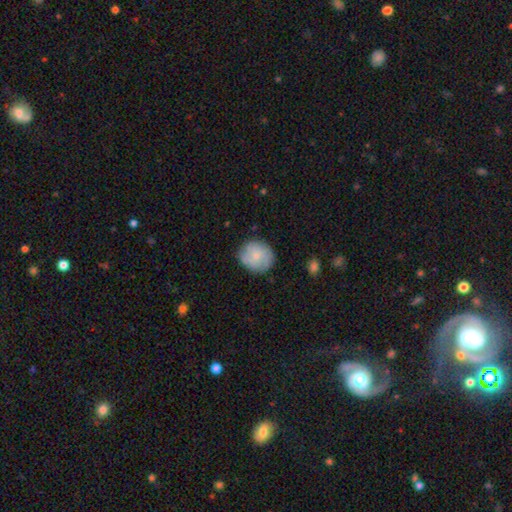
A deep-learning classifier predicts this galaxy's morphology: smooth-or-featured: smooth: 66% | featured or disk: 27% | star or artifact: 7%
  how-rounded: round: 82% | in between: 17% | cigar-shaped: 1%
  merging: none: 79% | minor disturbance: 16% | major disturbance: 4% | merger: 2%